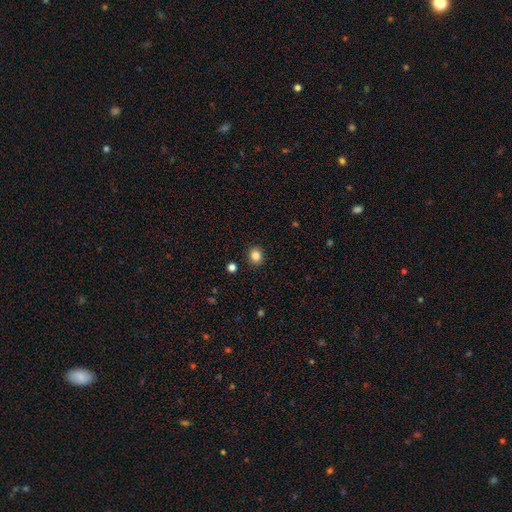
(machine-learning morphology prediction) A smooth galaxy with no disk features (84%) that is round (70%). Merging: none (90%).